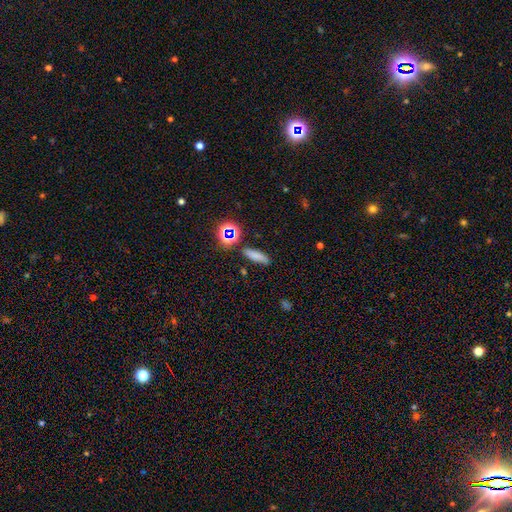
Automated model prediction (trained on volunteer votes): Smooth or featured? Predicted: smooth (p=0.72). How rounded? Predicted: cigar-shaped (p=0.57). Merging? Predicted: none (p=0.78).